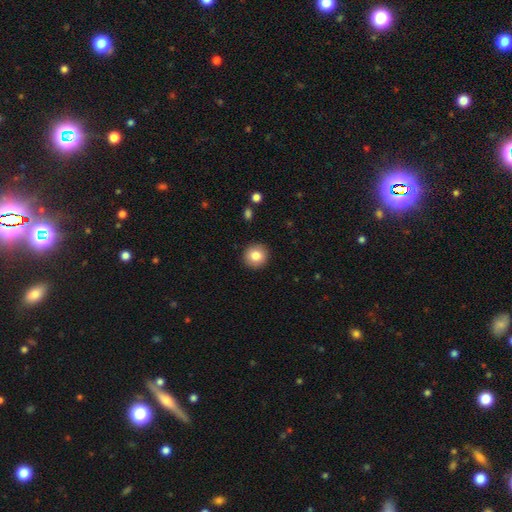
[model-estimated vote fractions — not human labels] Q: Smooth or featured?
A: smooth (82%); runner-up: star or artifact (9%)
Q: How rounded?
A: round (92%); runner-up: in between (7%)
Q: Merging?
A: none (92%); runner-up: minor disturbance (5%)